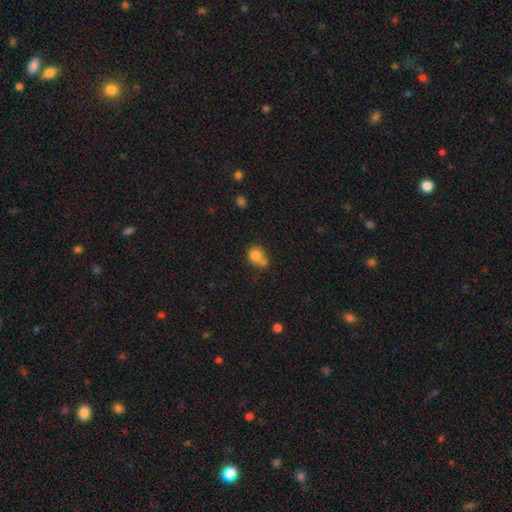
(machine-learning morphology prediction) The model was most divided on "merging": merger: 45%, none: 36%, minor disturbance: 13%, major disturbance: 6%. More confident: smooth or featured — smooth (79%); how rounded — round (72%).